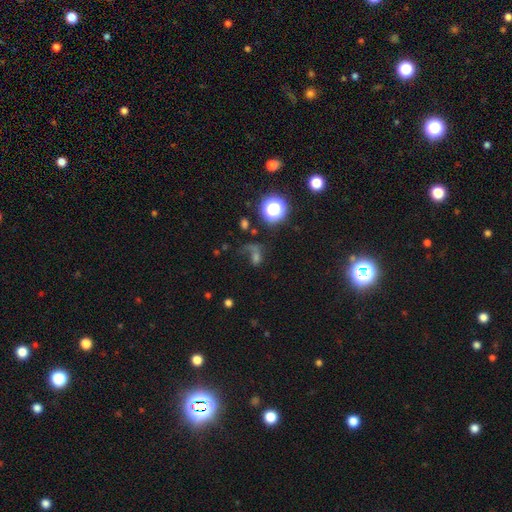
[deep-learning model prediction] The model was most divided on "merging": major disturbance: 43%, none: 30%, minor disturbance: 14%, merger: 13%. Remaining: smooth or featured — smooth (48%).